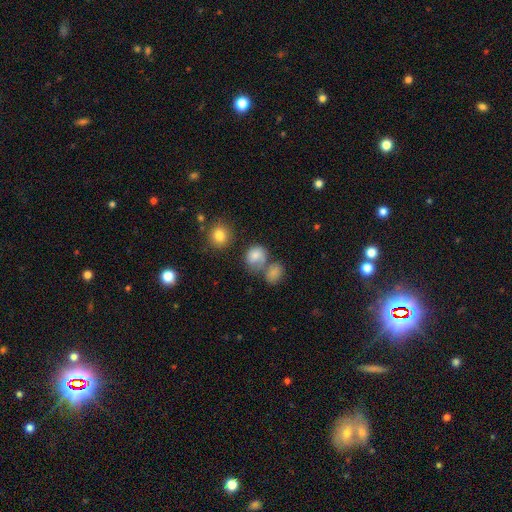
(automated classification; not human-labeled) smooth-or-featured: smooth: 75% | featured or disk: 14% | star or artifact: 11%
  how-rounded: round: 58% | in between: 41% | cigar-shaped: 1%
  merging: none: 38% (tied) | merger: 38% (tied) | minor disturbance: 15% | major disturbance: 9%